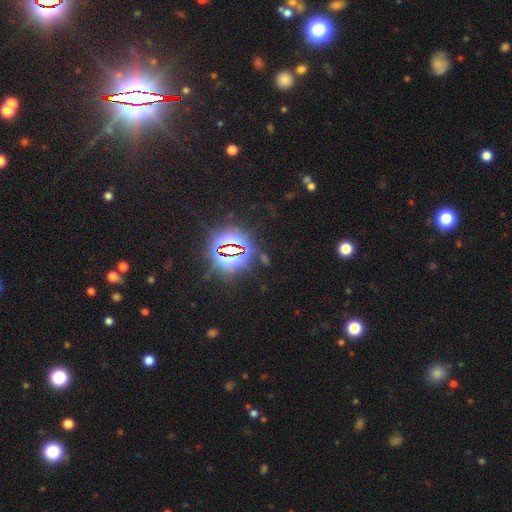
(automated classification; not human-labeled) The model was most divided on "smooth or featured": star or artifact: 84%, smooth: 9%, featured or disk: 7%.